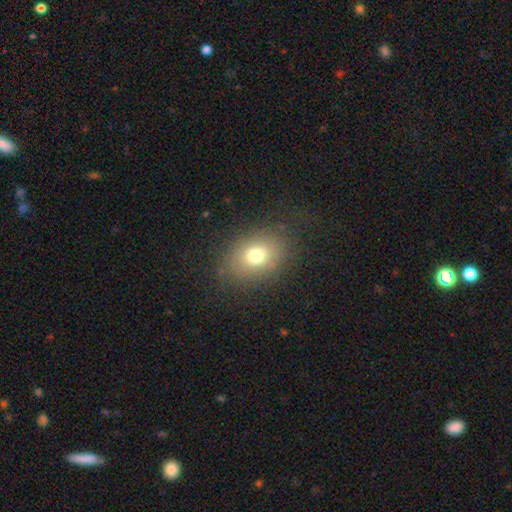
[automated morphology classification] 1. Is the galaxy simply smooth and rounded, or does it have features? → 74% smooth, 14% star or artifact, 13% featured or disk.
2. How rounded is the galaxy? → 58% in between, 41% round, 1% cigar-shaped.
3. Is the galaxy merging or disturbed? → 80% none, 12% minor disturbance, 6% major disturbance, 1% merger.